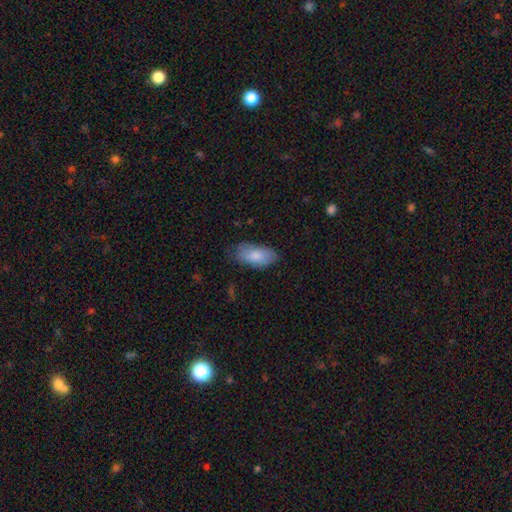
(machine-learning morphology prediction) Q: Smooth or featured?
A: smooth (83%); runner-up: featured or disk (11%)
Q: How rounded?
A: in between (92%); runner-up: cigar-shaped (5%)
Q: Merging?
A: none (71%); runner-up: minor disturbance (23%)